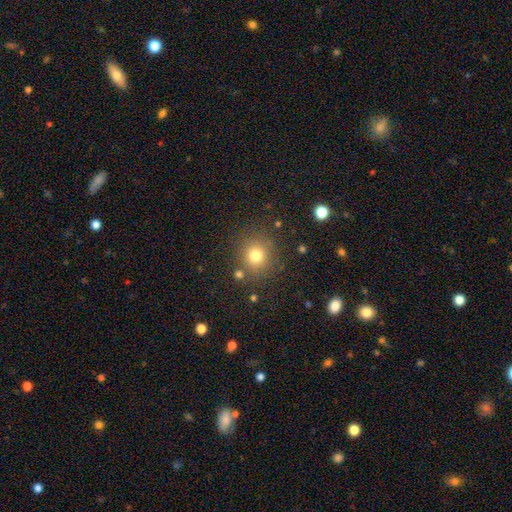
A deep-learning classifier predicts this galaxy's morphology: This appears to be a smooth galaxy with no disk features (76%) that is round (87%). Merging: none (82%).